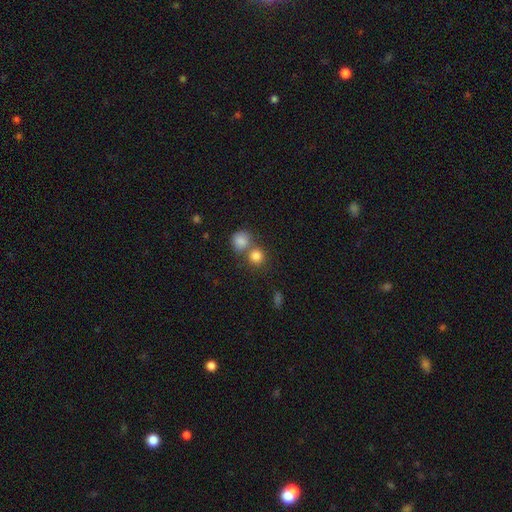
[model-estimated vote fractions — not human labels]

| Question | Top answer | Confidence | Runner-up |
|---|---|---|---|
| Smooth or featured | smooth | 82% | star or artifact (11%) |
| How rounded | round | 86% | in between (13%) |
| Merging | none | 50% | merger (39%) |